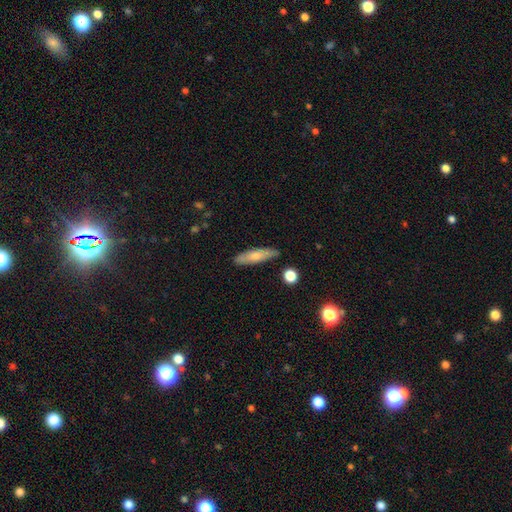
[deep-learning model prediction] This appears to be a smooth galaxy with no disk features (69%) that is cigar-shaped (71%). Merging: none (85%).